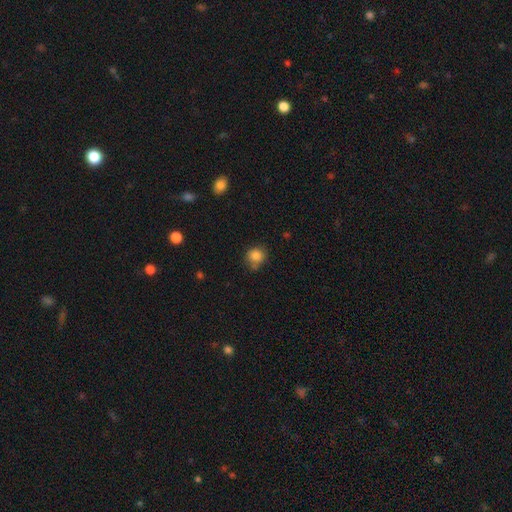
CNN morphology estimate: A smooth galaxy with no disk features (84%) that is round (83%). Merging: none (66%).